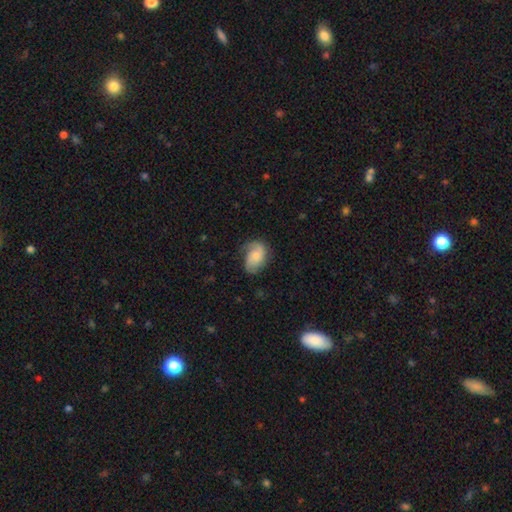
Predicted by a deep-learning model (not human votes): A smooth galaxy with no disk features (49%). Merging: none (57%).